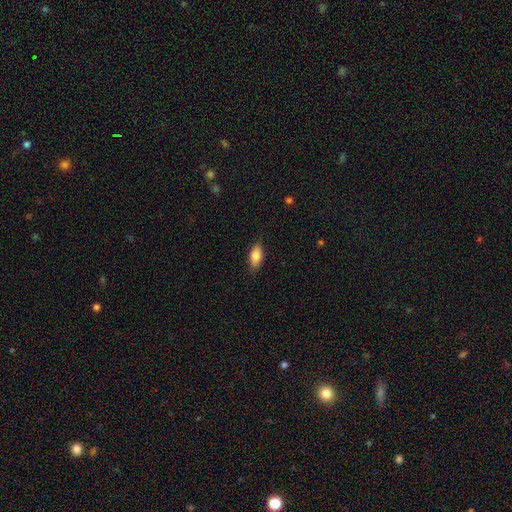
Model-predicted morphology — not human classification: smooth 81%, featured or disk 12%, star or artifact 7%. Down the decision tree: how rounded — in between (87%); merging — none (85%).